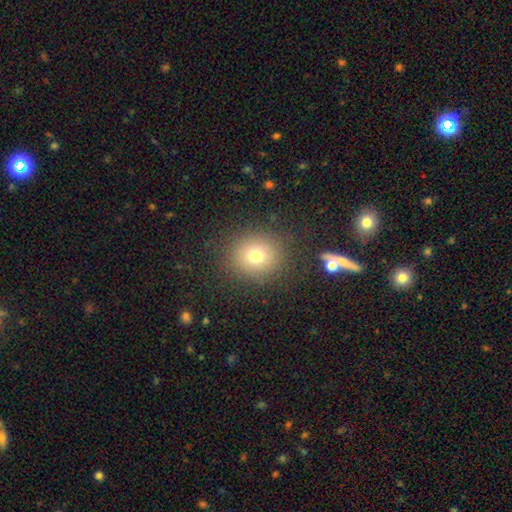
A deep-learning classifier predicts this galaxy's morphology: smooth-or-featured: smooth: 73% | star or artifact: 16% | featured or disk: 12%
  how-rounded: round: 84% | in between: 15% | cigar-shaped: 1%
  merging: none: 86% | minor disturbance: 8% | major disturbance: 4% | merger: 2%